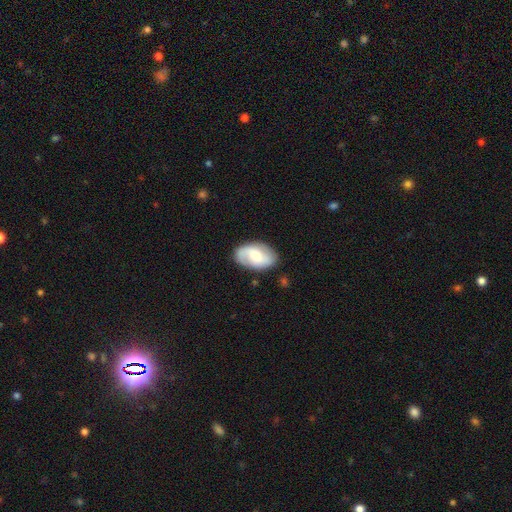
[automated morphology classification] featured or disk 55%, smooth 39%, star or artifact 6%. Down the decision tree: edge-on disk — no (95%); bar — no (45%); spiral arms — yes (82%); bulge size — moderate (59%); merging — none (80%).